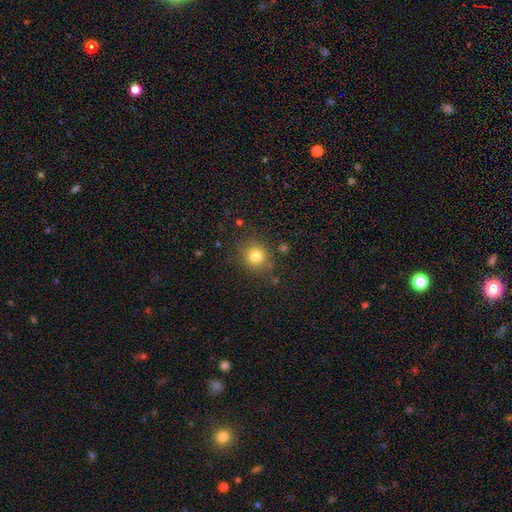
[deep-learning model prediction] smooth 80%, star or artifact 13%, featured or disk 7%. Down the decision tree: how rounded — round (86%); merging — none (83%).